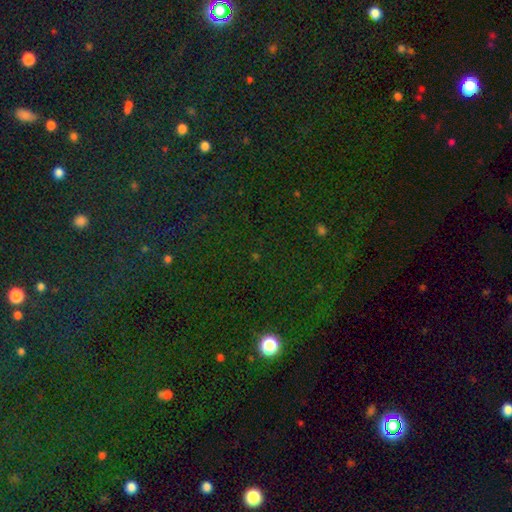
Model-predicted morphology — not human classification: smooth-or-featured: star or artifact: 76% | smooth: 16% | featured or disk: 8%